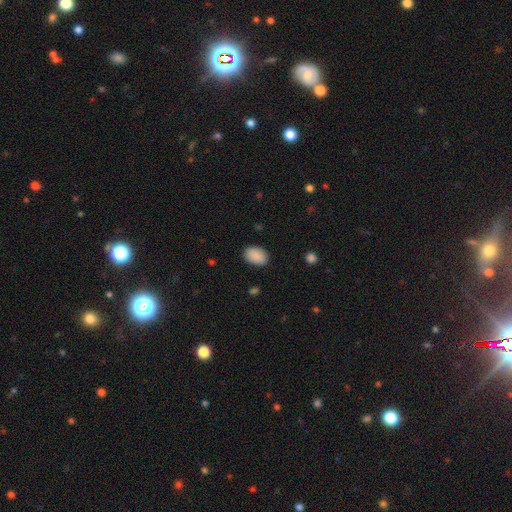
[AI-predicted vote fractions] This appears to be a smooth galaxy with no disk features (90%) that is in between round and cigar-shaped (83%). Merging: none (87%).